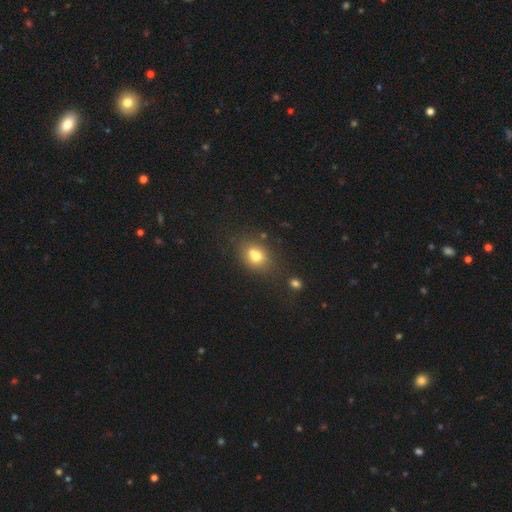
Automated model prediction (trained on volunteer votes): Overall: smooth (70%). How rounded: round (50%; in between 49%). Merging: none (48%; merger 33%).